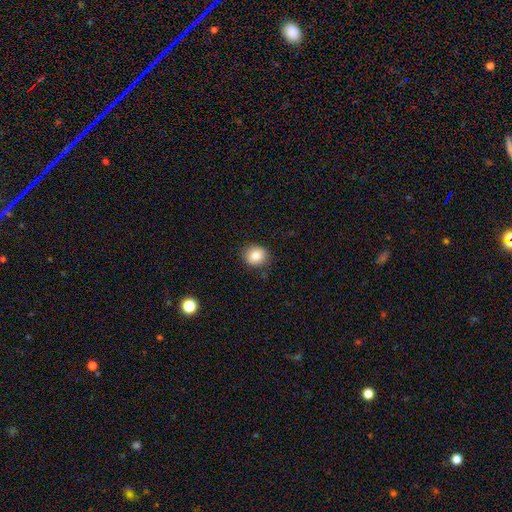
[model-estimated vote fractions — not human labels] This appears to be a smooth galaxy with no disk features (84%) that is round (79%). Merging: none (86%).